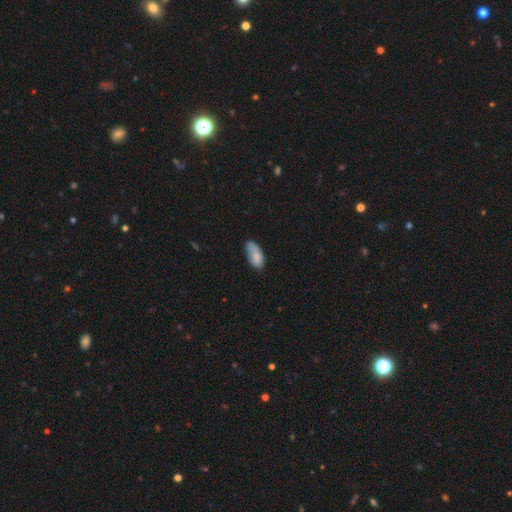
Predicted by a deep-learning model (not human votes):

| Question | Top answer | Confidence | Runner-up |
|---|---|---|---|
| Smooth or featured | smooth | 81% | featured or disk (11%) |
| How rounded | in between | 91% | cigar-shaped (6%) |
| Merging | none | 55% | minor disturbance (33%) |